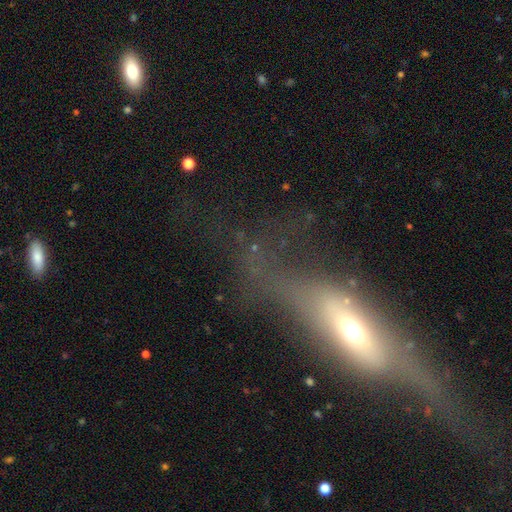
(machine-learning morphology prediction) featured or disk 45%, smooth 39%, star or artifact 16%. Down the decision tree: merging — major disturbance (45%).